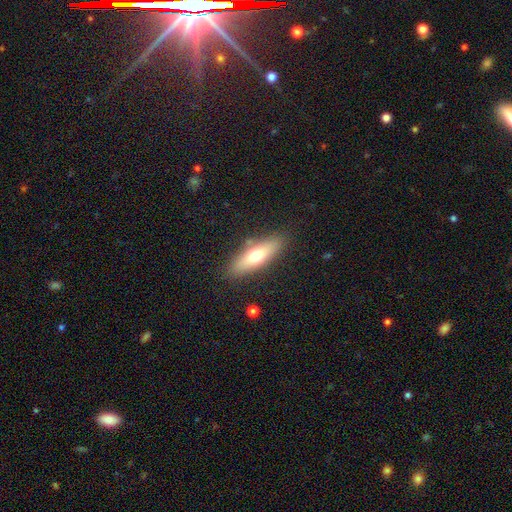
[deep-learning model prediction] smooth-or-featured: smooth: 62% | featured or disk: 31% | star or artifact: 7%
  how-rounded: in between: 49% (tied) | cigar-shaped: 49% (tied) | round: 3%
  merging: none: 84% | minor disturbance: 11% | major disturbance: 3% | merger: 2%